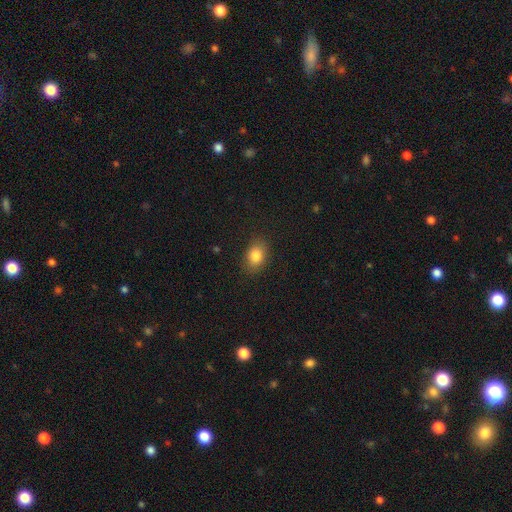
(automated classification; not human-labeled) This is clearly a smooth galaxy (83%). How rounded: likely in between (74%). Merging: clearly none (85%).